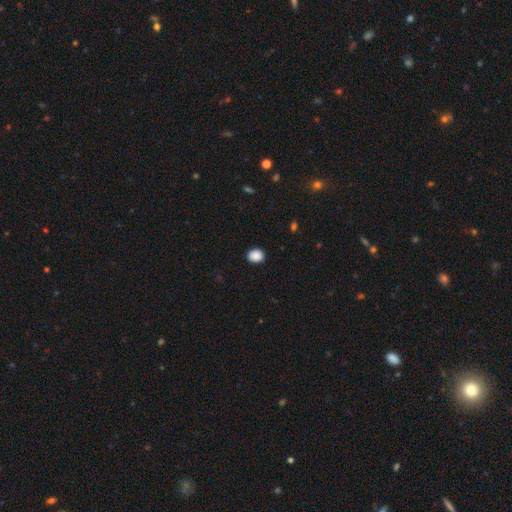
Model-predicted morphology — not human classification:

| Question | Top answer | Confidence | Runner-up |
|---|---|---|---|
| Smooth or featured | smooth | 89% | star or artifact (8%) |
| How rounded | round | 52% | in between (48%) |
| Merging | none | 89% | minor disturbance (8%) |